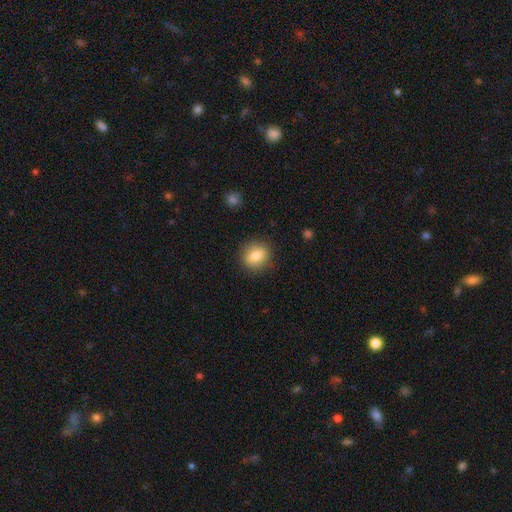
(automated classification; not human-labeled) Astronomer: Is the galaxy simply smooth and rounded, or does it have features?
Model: smooth — 79%.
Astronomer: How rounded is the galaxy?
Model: round — 83%.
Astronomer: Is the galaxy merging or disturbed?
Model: none — 88%.